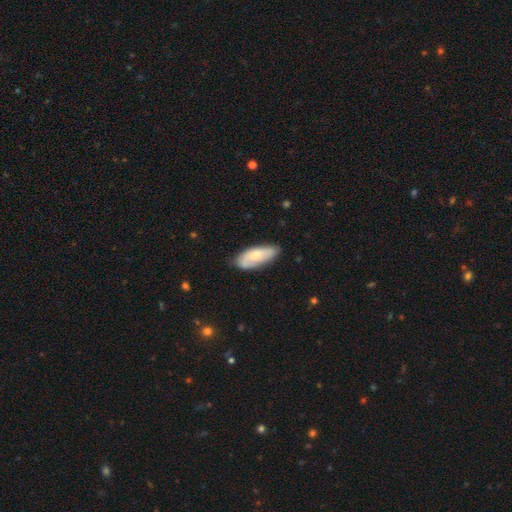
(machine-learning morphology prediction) Smooth or featured?
  - smooth: 66% *
  - featured or disk: 28%
  - star or artifact: 6%
How rounded?
  - in between: 78% *
  - cigar-shaped: 20%
  - round: 2%
Merging?
  - none: 72% *
  - minor disturbance: 22%
  - major disturbance: 4%
  - merger: 2%